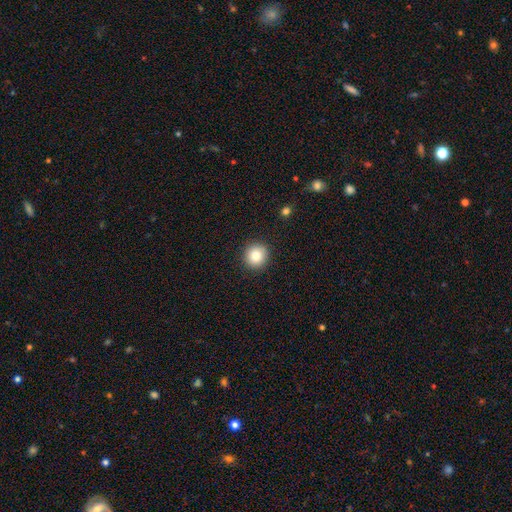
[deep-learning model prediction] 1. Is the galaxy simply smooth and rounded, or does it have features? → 84% smooth, 10% star or artifact, 6% featured or disk.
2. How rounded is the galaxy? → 92% round, 7% in between, 1% cigar-shaped.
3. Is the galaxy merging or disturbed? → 91% none, 6% minor disturbance, 2% major disturbance, 1% merger.